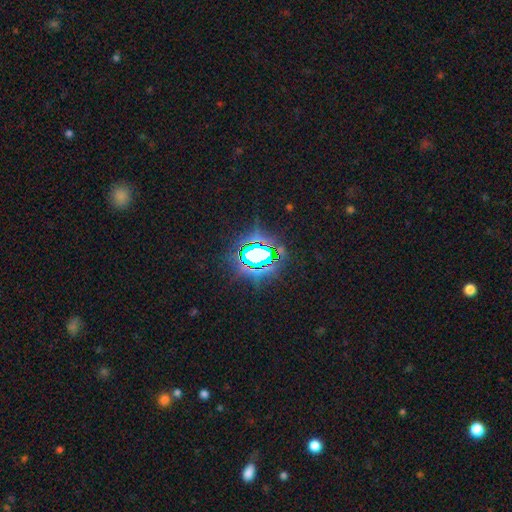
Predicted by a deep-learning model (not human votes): A star or artifact, not a galaxy (72%).